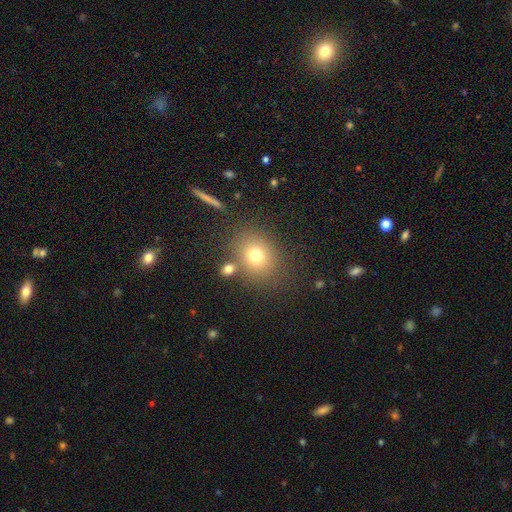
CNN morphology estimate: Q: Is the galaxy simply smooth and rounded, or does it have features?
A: smooth — 73%.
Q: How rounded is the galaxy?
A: round — 66%.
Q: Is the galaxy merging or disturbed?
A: none — 74%.